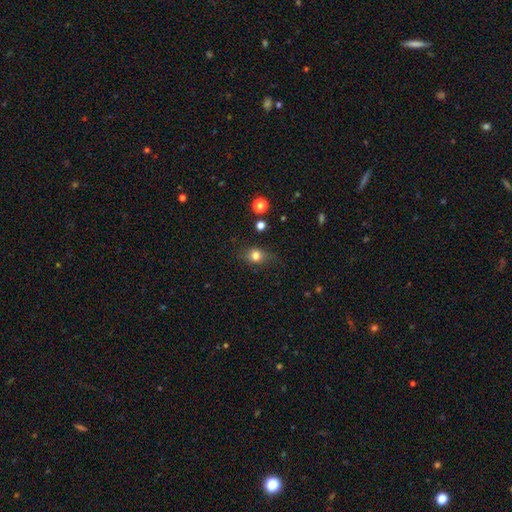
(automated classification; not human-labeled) smooth-or-featured: smooth: 78% | star or artifact: 12% | featured or disk: 9%
  how-rounded: round: 59% | in between: 38% | cigar-shaped: 2%
  merging: none: 73% | minor disturbance: 20% | major disturbance: 6% | merger: 2%